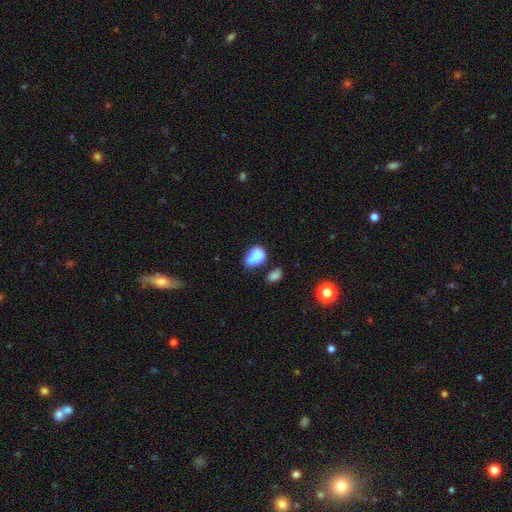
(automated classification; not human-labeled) This appears to be a smooth galaxy with no disk features (71%) that is in between round and cigar-shaped (60%). Merging: merger (53%).